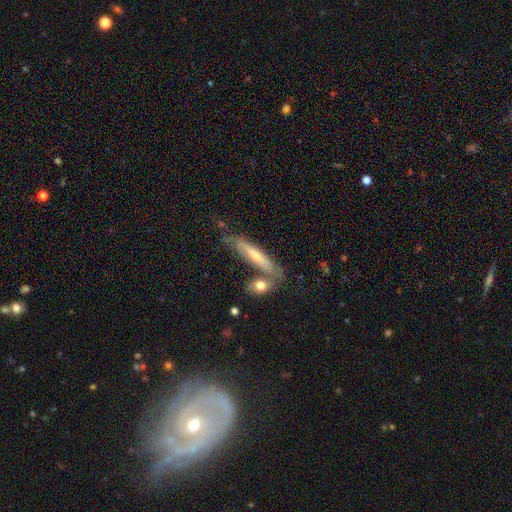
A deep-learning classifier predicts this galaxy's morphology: smooth-or-featured: smooth: 53% | featured or disk: 41% | star or artifact: 6%
  how-rounded: cigar-shaped: 85% | in between: 13% | round: 2%
  merging: none: 60% | minor disturbance: 19% | merger: 16% | major disturbance: 6%